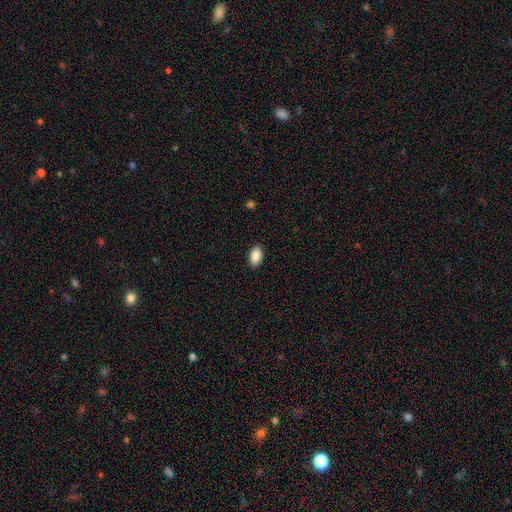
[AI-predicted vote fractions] The model was most divided on "merging": none: 88%, minor disturbance: 9%, major disturbance: 2%, merger: 1%. More confident: how rounded — in between (93%); smooth or featured — smooth (89%).